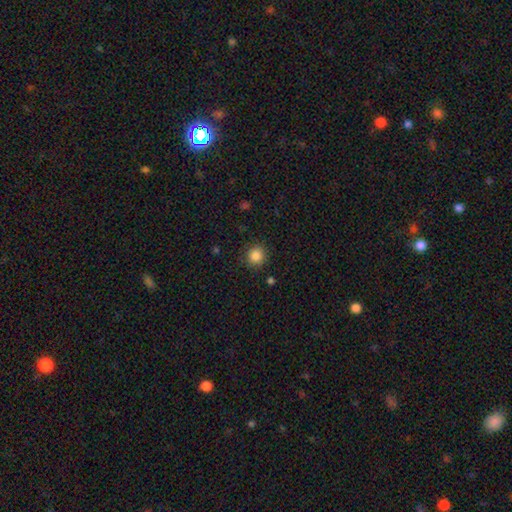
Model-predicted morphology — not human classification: This appears to be a smooth galaxy with no disk features (86%) that is round (89%). Merging: none (88%).